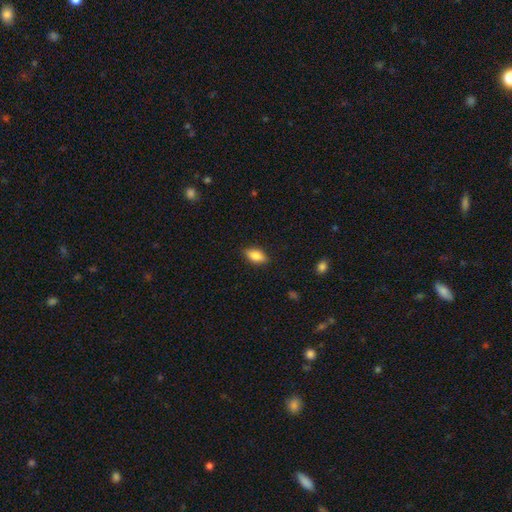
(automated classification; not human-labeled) Smooth or featured?
  - smooth: 81% *
  - featured or disk: 12%
  - star or artifact: 7%
How rounded?
  - in between: 87% *
  - cigar-shaped: 9%
  - round: 4%
Merging?
  - none: 85% *
  - minor disturbance: 11%
  - major disturbance: 2%
  - merger: 1%